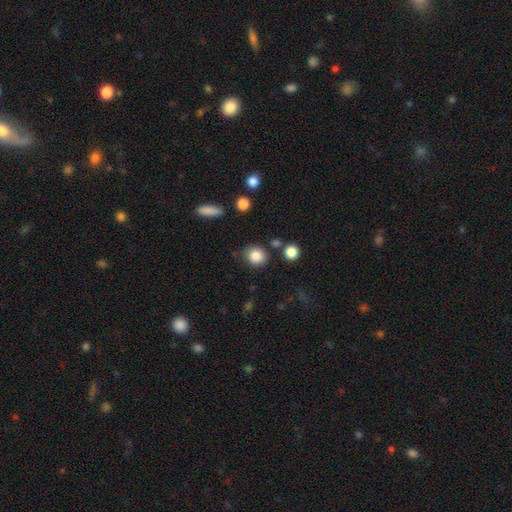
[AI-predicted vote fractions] A smooth galaxy with no disk features (85%) that is round (80%).

Vote fractions:
- Smooth or featured? smooth: 85% / star or artifact: 9% / featured or disk: 6%
- How rounded? round: 80% / in between: 19% / cigar-shaped: 1%
- Merging? none: 79% / minor disturbance: 12% / merger: 6% / major disturbance: 3%